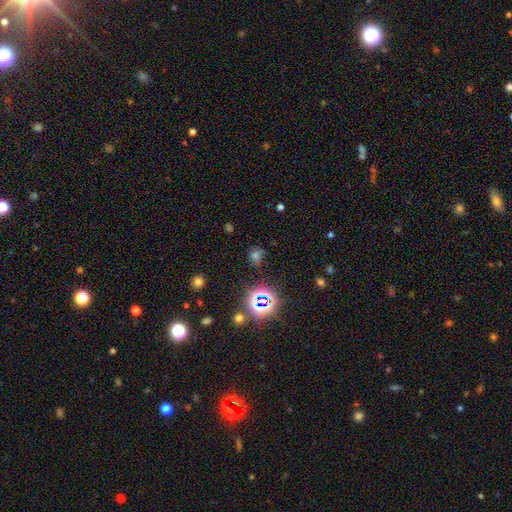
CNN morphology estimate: Overall: star or artifact (52%; smooth 39%).